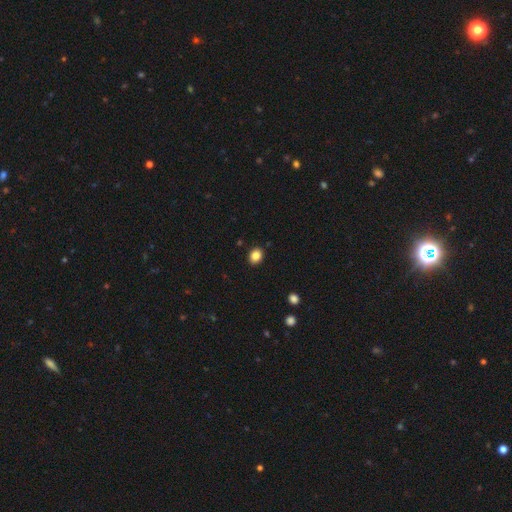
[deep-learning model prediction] Smooth or featured? Predicted: smooth (p=0.86). How rounded? Predicted: in between (p=0.52). Merging? Predicted: none (p=0.89).